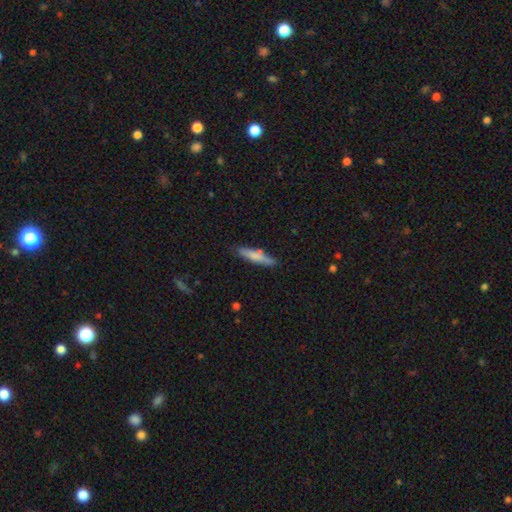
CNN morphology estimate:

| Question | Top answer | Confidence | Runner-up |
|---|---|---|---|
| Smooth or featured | smooth | 70% | featured or disk (24%) |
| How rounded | cigar-shaped | 85% | in between (14%) |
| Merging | none | 79% | minor disturbance (15%) |